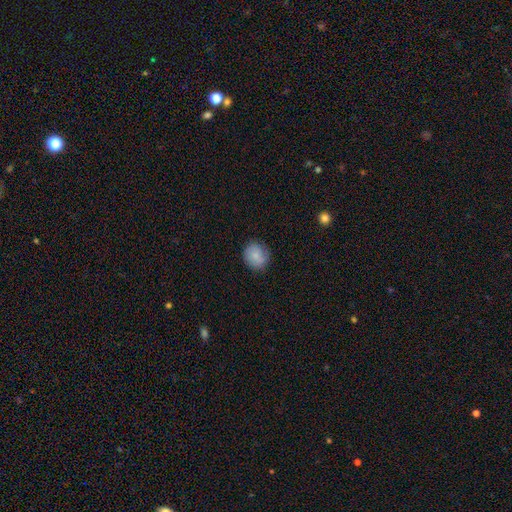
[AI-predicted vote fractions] Smooth or featured: smooth — 79% (featured or disk — 14%)
How rounded: round — 83% (in between — 16%)
Merging: none — 82% (minor disturbance — 13%)